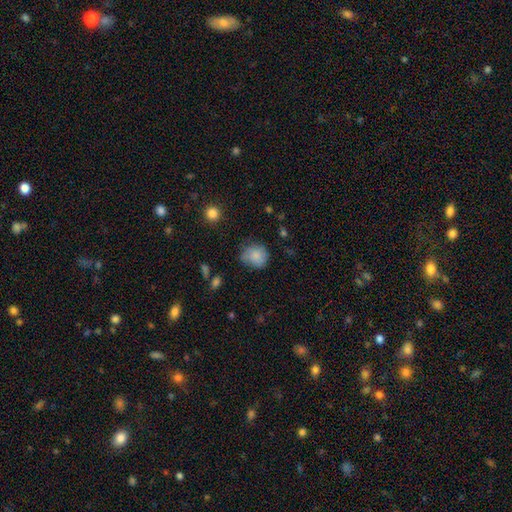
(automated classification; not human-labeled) The model was most divided on "merging": none: 61%, minor disturbance: 29%, major disturbance: 8%, merger: 2%. More confident: smooth or featured — smooth (83%); how rounded — round (76%).